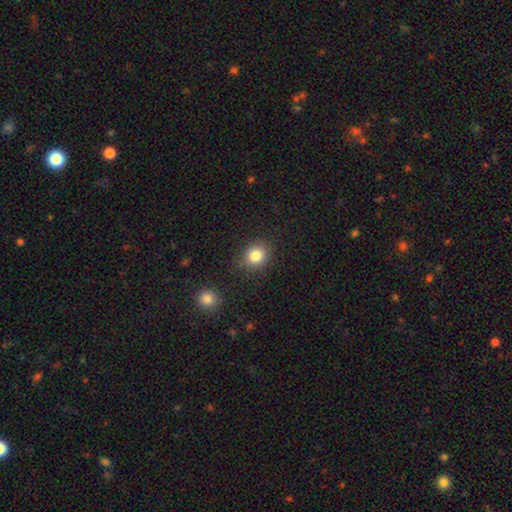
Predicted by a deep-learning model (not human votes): This is clearly a smooth galaxy (83%). How rounded: likely round (70%). Merging: clearly none (83%).